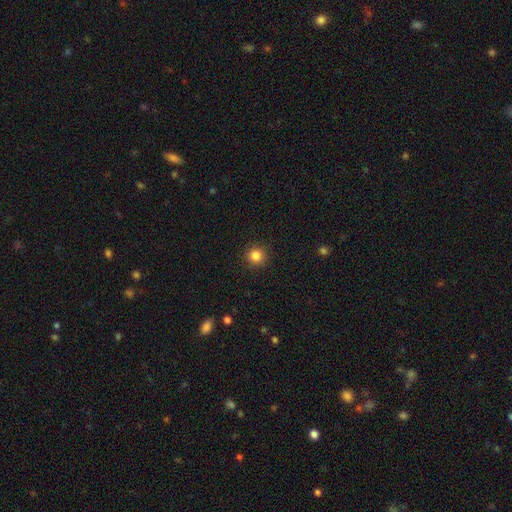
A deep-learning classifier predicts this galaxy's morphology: Smooth or featured: smooth — 84% (star or artifact — 12%)
How rounded: round — 94% (in between — 5%)
Merging: none — 92% (minor disturbance — 5%)